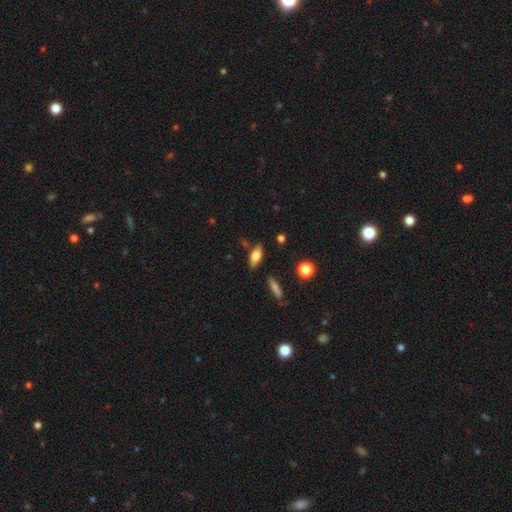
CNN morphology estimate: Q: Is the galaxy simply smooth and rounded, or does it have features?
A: smooth — 65%.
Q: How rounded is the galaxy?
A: in between — 70%.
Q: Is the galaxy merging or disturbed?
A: none — 80%.